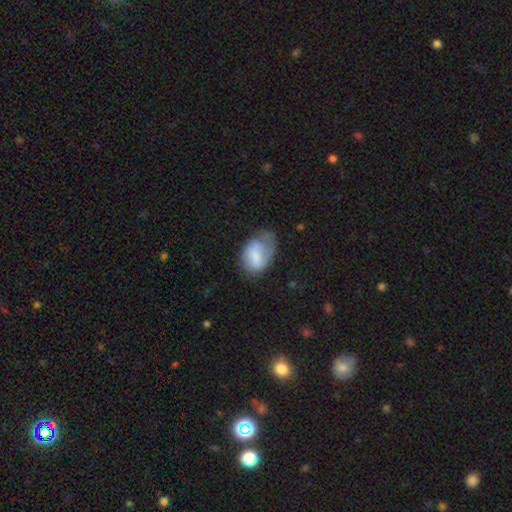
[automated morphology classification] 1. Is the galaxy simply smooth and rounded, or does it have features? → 65% smooth, 28% featured or disk, 7% star or artifact.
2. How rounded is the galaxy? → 84% in between, 15% round, 1% cigar-shaped.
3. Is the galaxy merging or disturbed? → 39% minor disturbance, 29% none, 29% major disturbance, 3% merger.